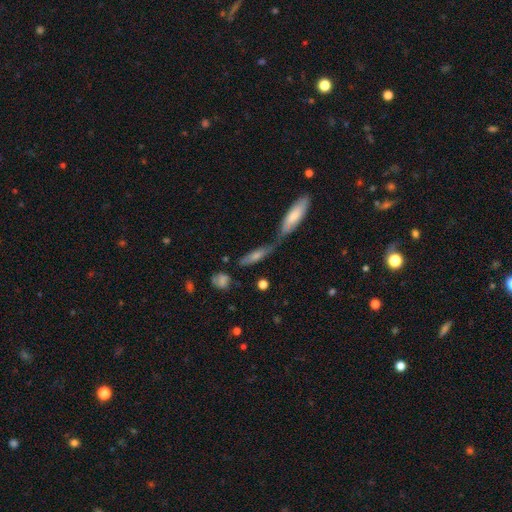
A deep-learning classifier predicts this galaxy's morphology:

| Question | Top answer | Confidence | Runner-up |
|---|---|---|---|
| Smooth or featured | smooth | 53% | featured or disk (36%) |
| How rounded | cigar-shaped | 62% | in between (35%) |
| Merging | merger | 51% | none (31%) |